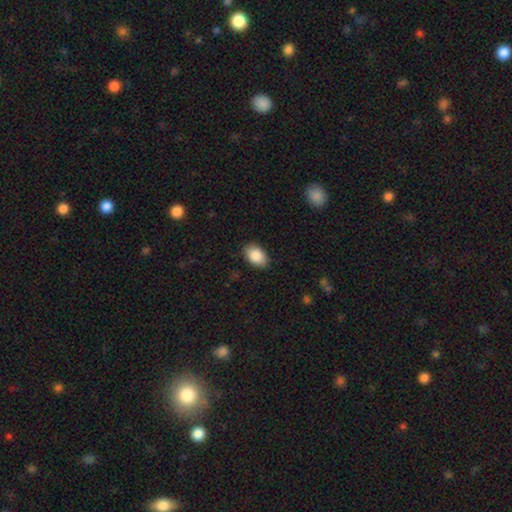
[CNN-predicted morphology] This appears to be a smooth galaxy with no disk features (87%) that is in between round and cigar-shaped (89%). Merging: none (87%).